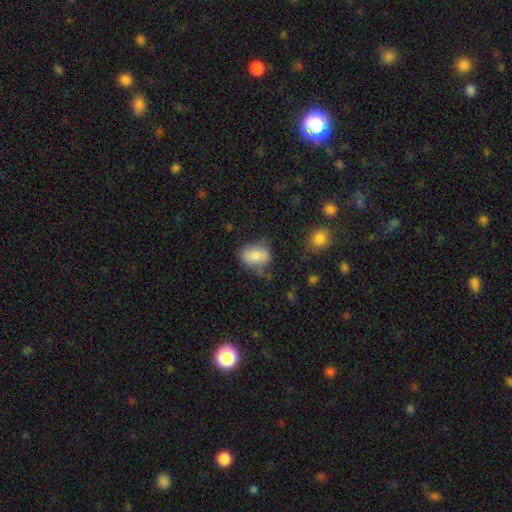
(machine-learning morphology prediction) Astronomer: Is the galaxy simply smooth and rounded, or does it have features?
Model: smooth — 77%.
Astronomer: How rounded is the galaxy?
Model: in between — 68%.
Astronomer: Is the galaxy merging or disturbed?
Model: none — 53% (runner-up: minor disturbance, 31%).